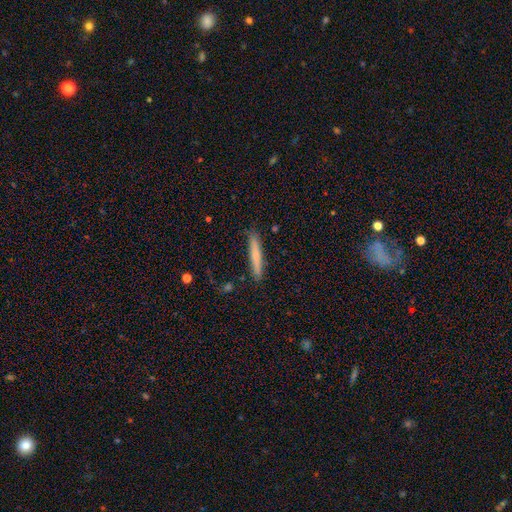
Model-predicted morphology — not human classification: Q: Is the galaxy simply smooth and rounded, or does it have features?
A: smooth — 71%.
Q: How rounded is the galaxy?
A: cigar-shaped — 95%.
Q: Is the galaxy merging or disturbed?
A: none — 88%.